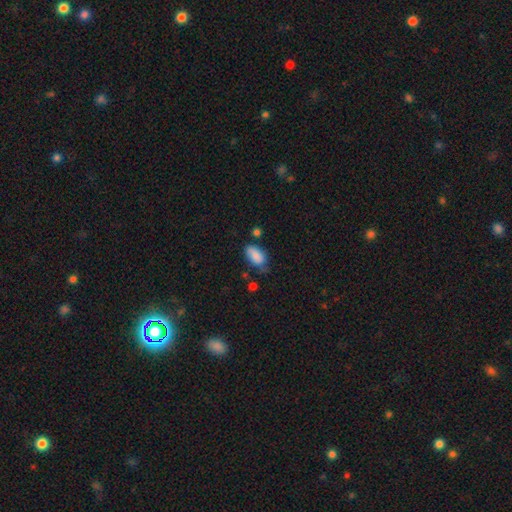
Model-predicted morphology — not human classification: Q: Smooth or featured?
A: smooth (85%); runner-up: featured or disk (8%)
Q: How rounded?
A: in between (93%); runner-up: round (5%)
Q: Merging?
A: none (56%); runner-up: minor disturbance (32%)